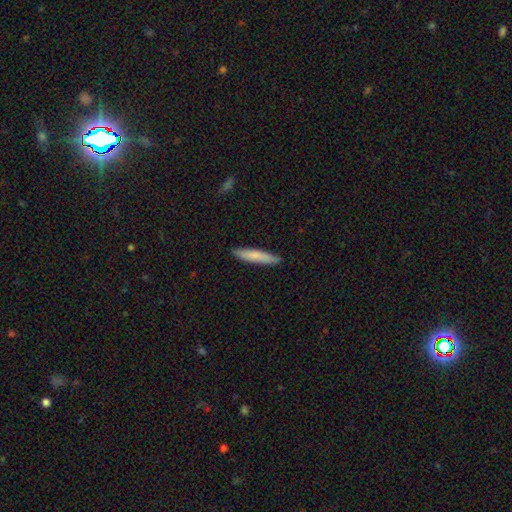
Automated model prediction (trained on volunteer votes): This appears to be a smooth galaxy with no disk features (77%) that is cigar-shaped (91%). Merging: none (89%).